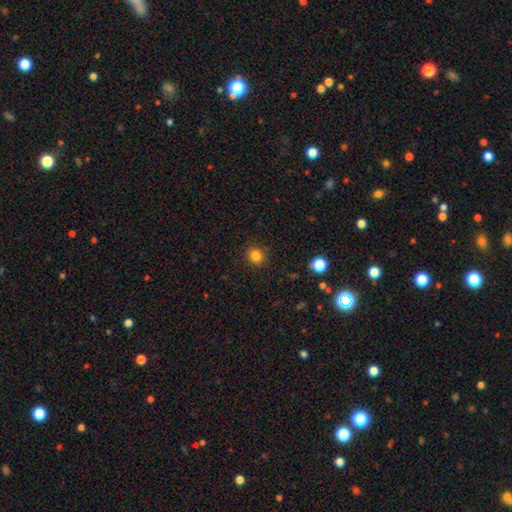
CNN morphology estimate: This is clearly a smooth galaxy (83%). How rounded: clearly round (87%). Merging: clearly none (90%).